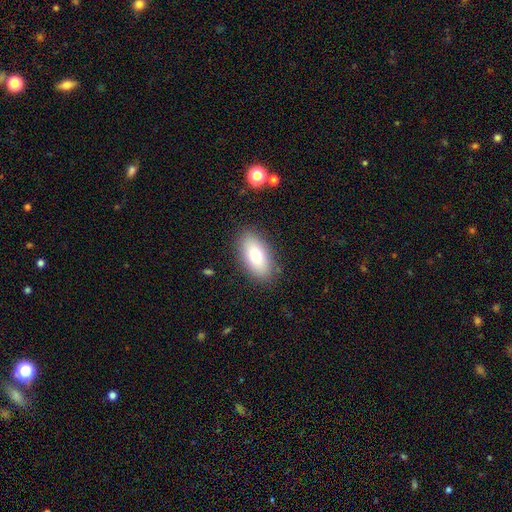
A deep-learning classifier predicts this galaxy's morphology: Smooth or featured? Predicted: smooth (p=0.75). How rounded? Predicted: in between (p=0.90). Merging? Predicted: none (p=0.85).